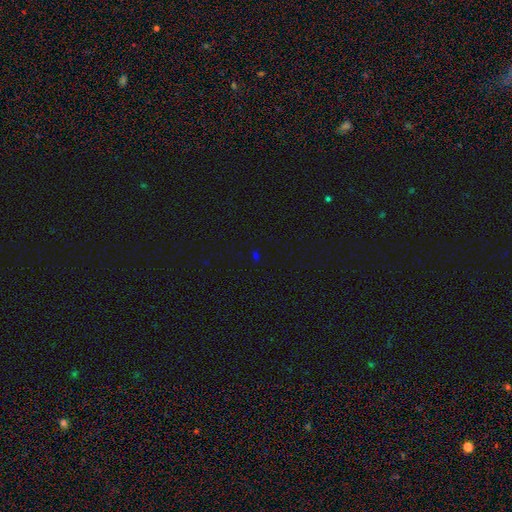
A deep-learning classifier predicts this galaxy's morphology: smooth_or_featured: star or artifact (p=0.57) [alt: smooth p=0.35]